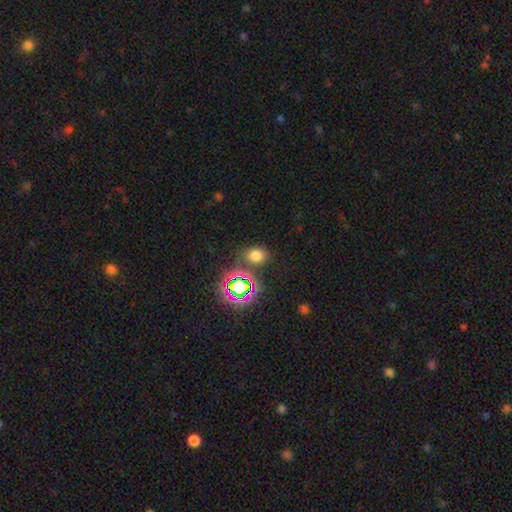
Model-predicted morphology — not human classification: A smooth galaxy with no disk features (68%) that is round (50%).

Vote fractions:
- Smooth or featured? smooth: 68% / star or artifact: 26% / featured or disk: 6%
- How rounded? round: 50% / in between: 49% / cigar-shaped: 1%
- Merging? none: 77% / minor disturbance: 11% / merger: 7% / major disturbance: 4%